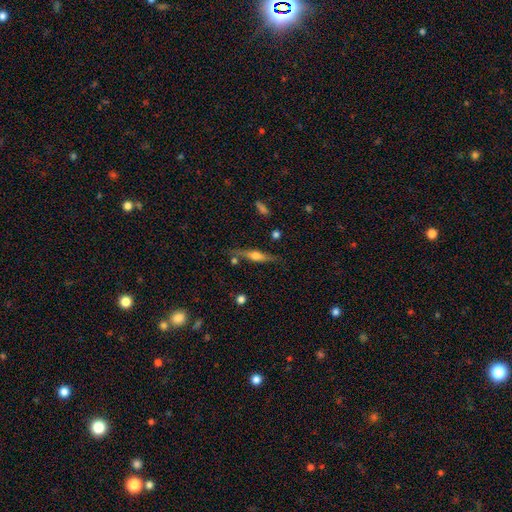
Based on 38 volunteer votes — This is likely a featured or disk galaxy (61%). It is clearly viewed edge-on (96%). Edge-on bulge: clearly rounded (82%). Merging: clearly none (83%).